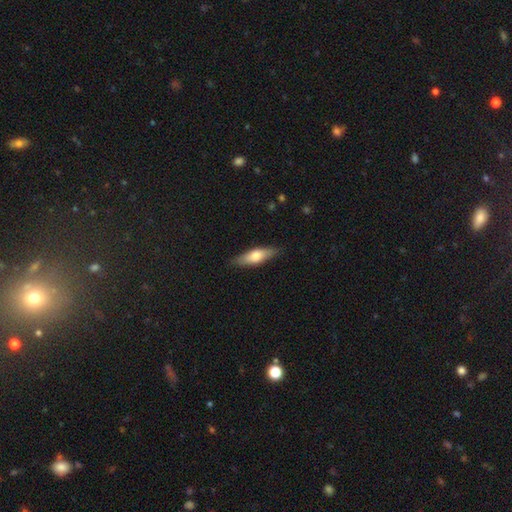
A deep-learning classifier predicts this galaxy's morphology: smooth 65%, featured or disk 30%, star or artifact 6%. Down the decision tree: how rounded — in between (49%); merging — none (85%).